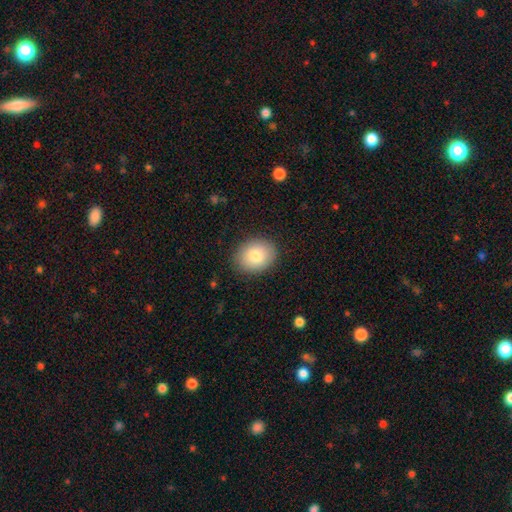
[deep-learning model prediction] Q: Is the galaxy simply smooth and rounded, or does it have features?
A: smooth — 82%.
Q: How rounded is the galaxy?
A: in between — 50%.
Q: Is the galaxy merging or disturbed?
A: none — 88%.